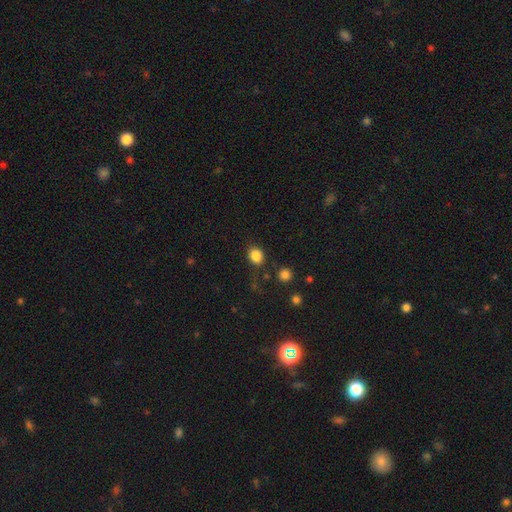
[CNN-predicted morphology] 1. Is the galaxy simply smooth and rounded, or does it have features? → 85% smooth, 11% star or artifact, 4% featured or disk.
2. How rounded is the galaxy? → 58% round, 41% in between, 1% cigar-shaped.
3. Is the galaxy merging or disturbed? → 76% none, 15% minor disturbance, 5% major disturbance, 4% merger.